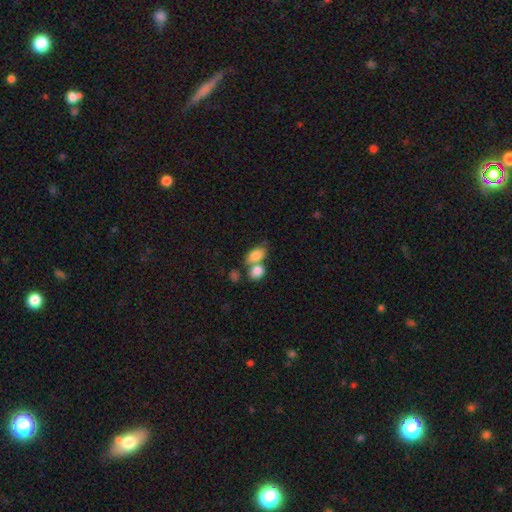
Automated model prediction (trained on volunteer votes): Smooth or featured? Predicted: smooth (p=0.82). How rounded? Predicted: in between (p=0.87). Merging? Predicted: merger (p=0.51).